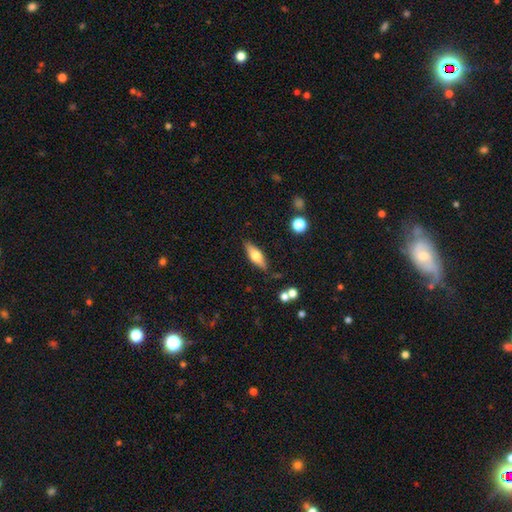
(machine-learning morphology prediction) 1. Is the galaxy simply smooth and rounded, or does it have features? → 56% smooth, 38% featured or disk, 7% star or artifact.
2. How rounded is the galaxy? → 58% in between, 39% cigar-shaped, 3% round.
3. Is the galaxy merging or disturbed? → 84% none, 11% minor disturbance, 2% major disturbance, 2% merger.